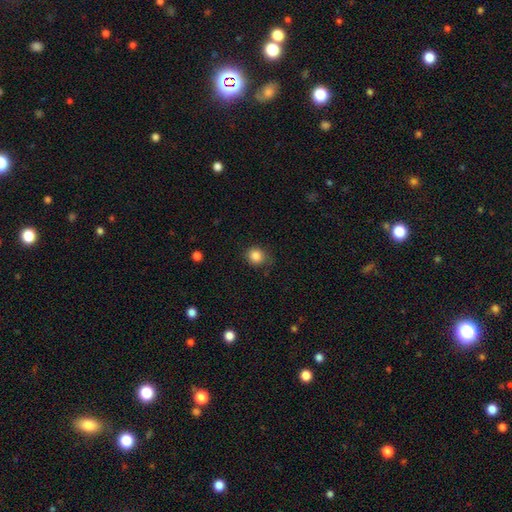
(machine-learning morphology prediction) The model was most divided on "merging": none: 77%, minor disturbance: 17%, major disturbance: 4%, merger: 1%. More confident: smooth or featured — smooth (85%); how rounded — round (82%).